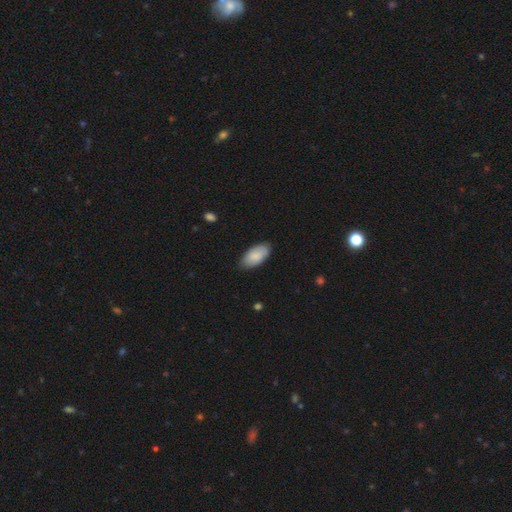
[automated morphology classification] This is clearly a smooth galaxy (86%). How rounded: clearly in between (94%). Merging: likely none (79%).